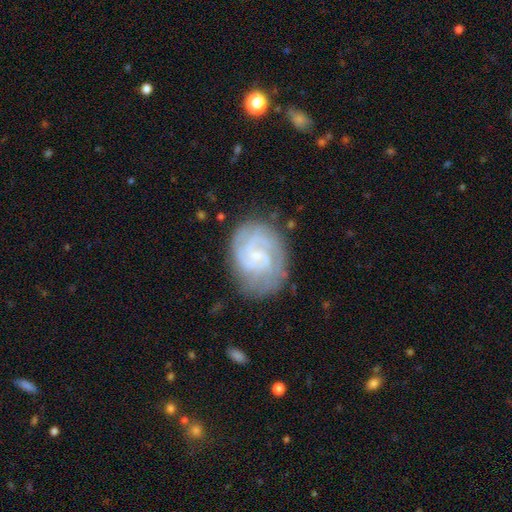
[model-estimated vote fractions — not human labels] This is clearly a featured or disk galaxy (82%). It is clearly not viewed edge-on (98%). Bar: possibly no (50%). Spiral arm pattern: clearly yes (96%). Spiral arm count: marginally 2 (41%). Spiral winding: possibly tight (59%). Central bulge: likely small (74%). Merging: likely none (73%).